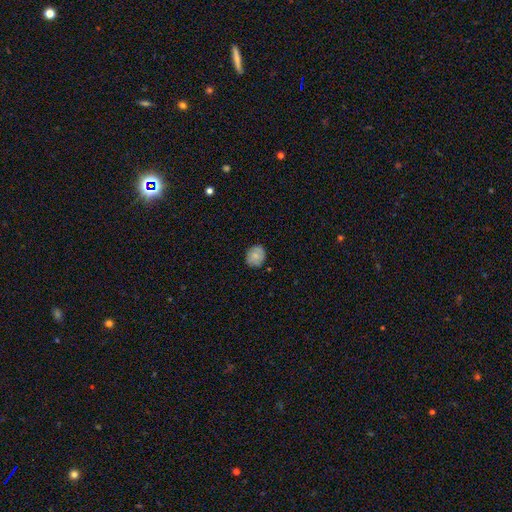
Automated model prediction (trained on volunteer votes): This is likely a smooth galaxy (75%). How rounded: likely round (78%). Merging: clearly none (81%).